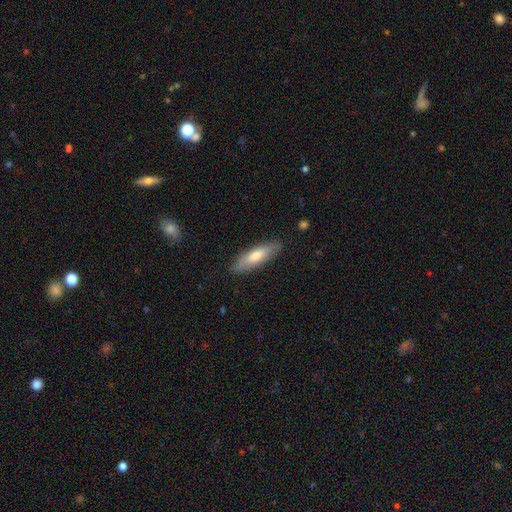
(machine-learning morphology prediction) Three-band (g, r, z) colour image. It shows a smooth galaxy with no disk features (66%) that is cigar-shaped (62%). Merging: none (85%).